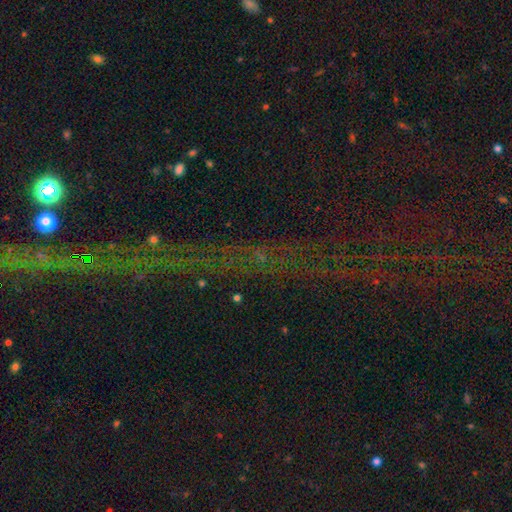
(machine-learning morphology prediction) Smooth or featured? Predicted: star or artifact (p=0.77).